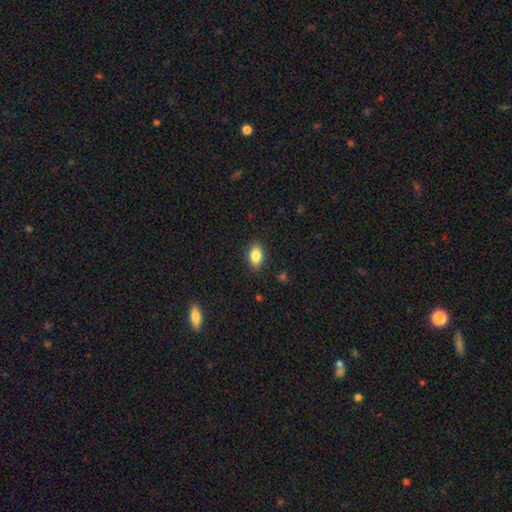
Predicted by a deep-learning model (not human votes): smooth-or-featured: smooth: 86% | star or artifact: 8% | featured or disk: 6%
  how-rounded: in between: 86% | round: 12% | cigar-shaped: 2%
  merging: none: 87% | minor disturbance: 9% | major disturbance: 2% | merger: 1%